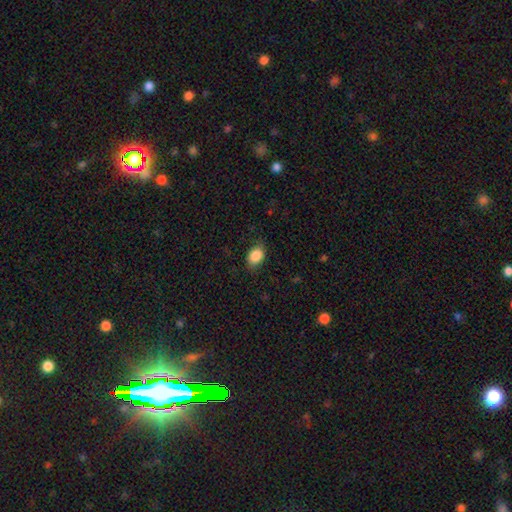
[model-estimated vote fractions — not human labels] The model was most divided on "how rounded": in between: 77%, round: 22%, cigar-shaped: 1%. More confident: smooth or featured — smooth (88%); merging — none (81%).